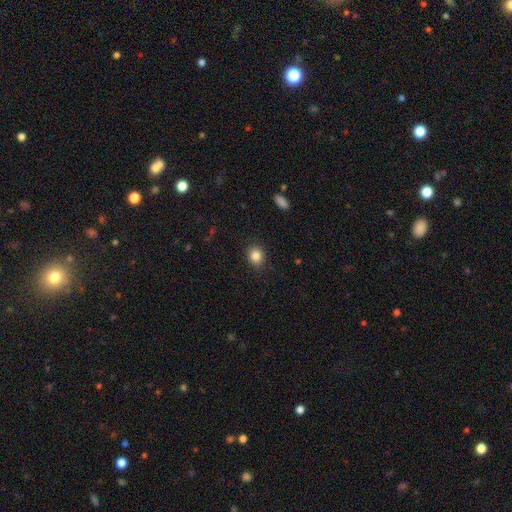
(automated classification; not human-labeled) Q: Smooth or featured?
A: smooth (85%); runner-up: star or artifact (10%)
Q: How rounded?
A: round (64%); runner-up: in between (35%)
Q: Merging?
A: none (88%); runner-up: minor disturbance (9%)